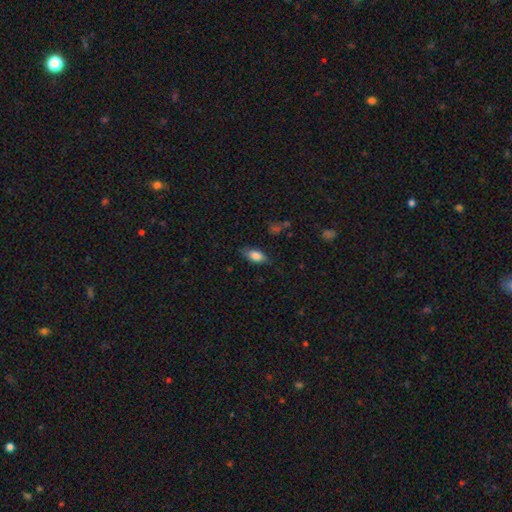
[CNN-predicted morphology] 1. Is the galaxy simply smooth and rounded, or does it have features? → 82% smooth, 10% featured or disk, 8% star or artifact.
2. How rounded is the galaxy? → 86% in between, 9% cigar-shaped, 4% round.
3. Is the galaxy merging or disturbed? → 77% none, 18% minor disturbance, 4% major disturbance, 1% merger.